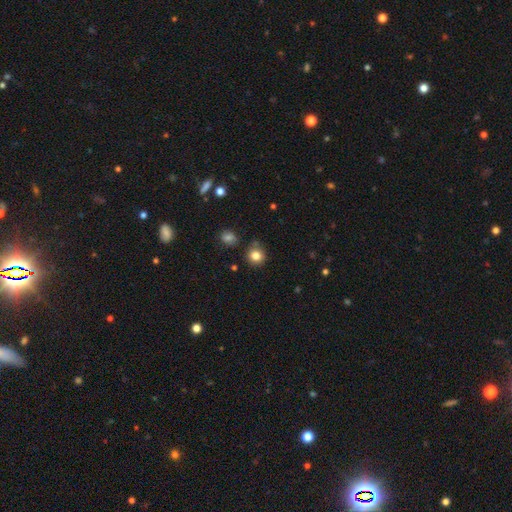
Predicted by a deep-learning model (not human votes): The model was most divided on "merging": none: 81%, minor disturbance: 12%, merger: 5%, major disturbance: 3%. More confident: how rounded — round (88%); smooth or featured — smooth (82%).